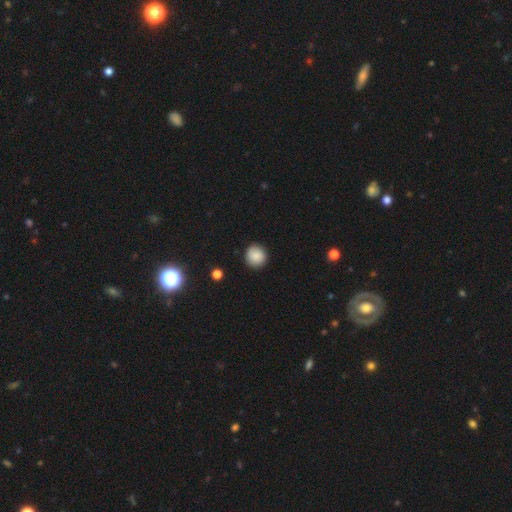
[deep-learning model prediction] Morphology: type=smooth (88%); roundness=round (93%); merging=none (90%).